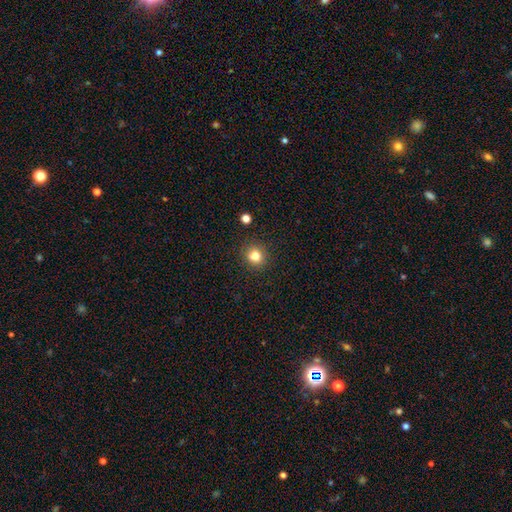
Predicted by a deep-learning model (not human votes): Q: Smooth or featured?
A: smooth (82%); runner-up: star or artifact (12%)
Q: How rounded?
A: round (84%); runner-up: in between (15%)
Q: Merging?
A: none (89%); runner-up: minor disturbance (7%)